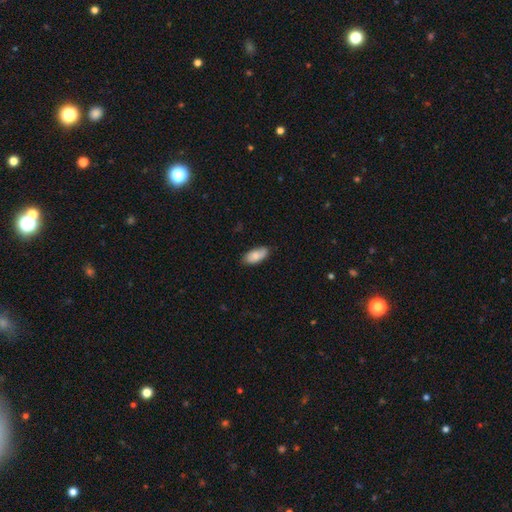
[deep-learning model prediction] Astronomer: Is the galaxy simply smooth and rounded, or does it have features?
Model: smooth — 81%.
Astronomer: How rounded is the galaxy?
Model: in between — 89%.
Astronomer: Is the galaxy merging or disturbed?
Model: none — 80%.